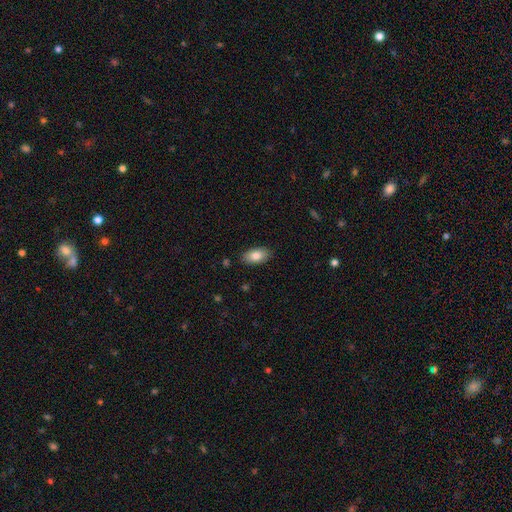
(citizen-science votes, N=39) This appears to be a smooth galaxy with no disk features (85%) that is in between round and cigar-shaped (97%). Merging: none (89%).